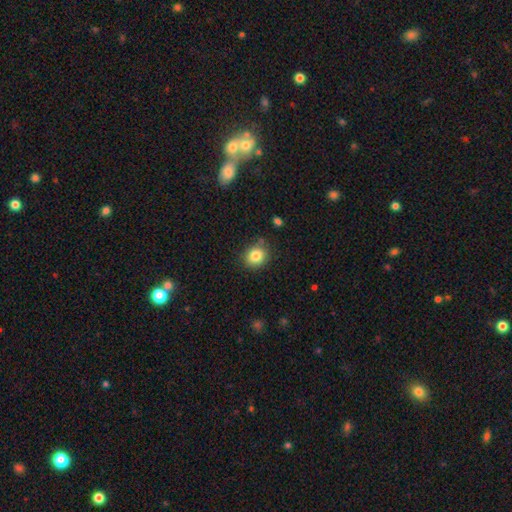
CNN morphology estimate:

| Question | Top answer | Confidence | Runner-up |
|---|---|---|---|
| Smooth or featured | smooth | 84% | star or artifact (10%) |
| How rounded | round | 74% | in between (26%) |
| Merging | none | 82% | minor disturbance (12%) |